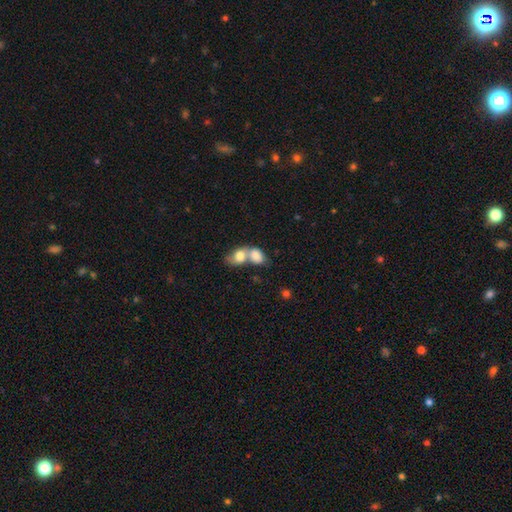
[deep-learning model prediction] A smooth galaxy with no disk features (77%) that is in between round and cigar-shaped (76%).

Vote fractions:
- Smooth or featured? smooth: 77% / featured or disk: 15% / star or artifact: 7%
- How rounded? in between: 76% / round: 23% / cigar-shaped: 2%
- Merging? merger: 79% / none: 13% / minor disturbance: 5% / major disturbance: 3%